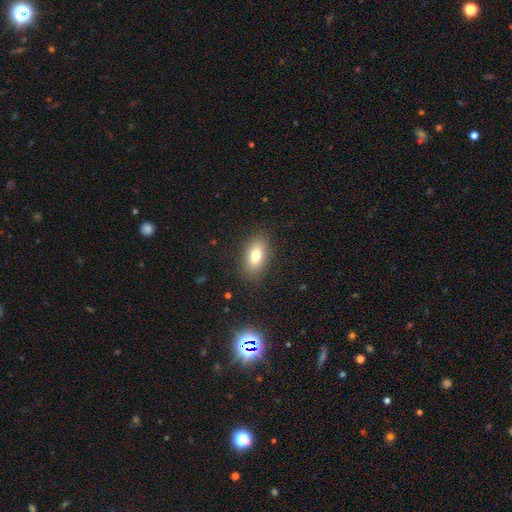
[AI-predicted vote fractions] Overall: smooth (78%). How rounded: in between (87%). Merging: none (86%).